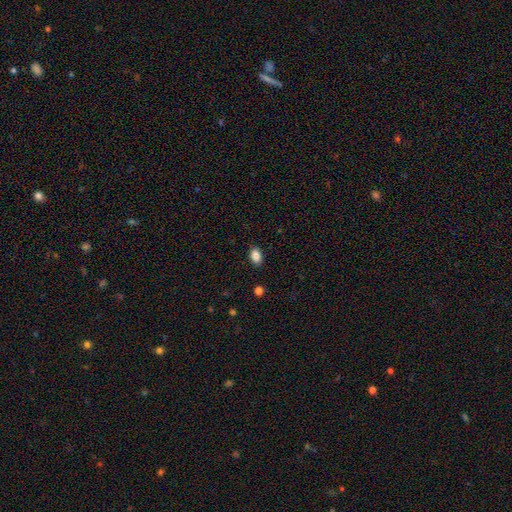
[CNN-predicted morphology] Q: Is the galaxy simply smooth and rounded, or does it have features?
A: smooth — 87%.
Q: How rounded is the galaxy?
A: in between — 84%.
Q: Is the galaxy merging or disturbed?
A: none — 88%.